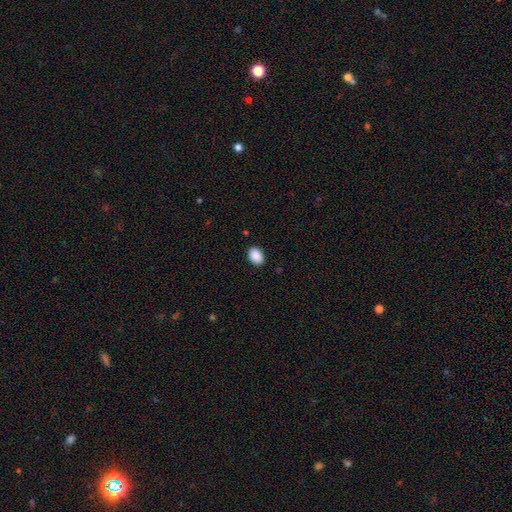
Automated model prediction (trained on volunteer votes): Smooth or featured? Predicted: smooth (p=0.90). How rounded? Predicted: in between (p=0.76). Merging? Predicted: none (p=0.89).